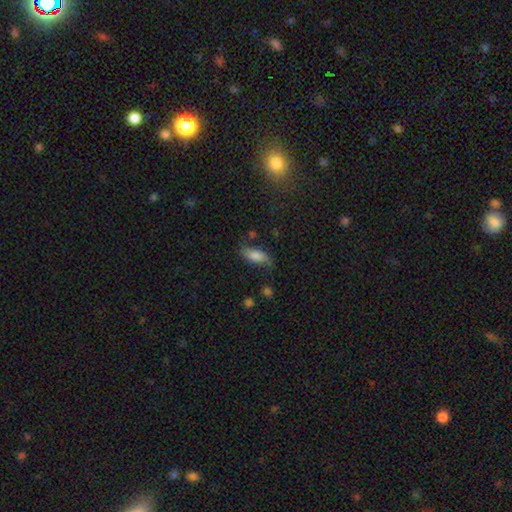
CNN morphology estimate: Smooth or featured: smooth — 67% (featured or disk — 24%)
How rounded: in between — 76% (cigar-shaped — 21%)
Merging: none — 60% (minor disturbance — 27%)